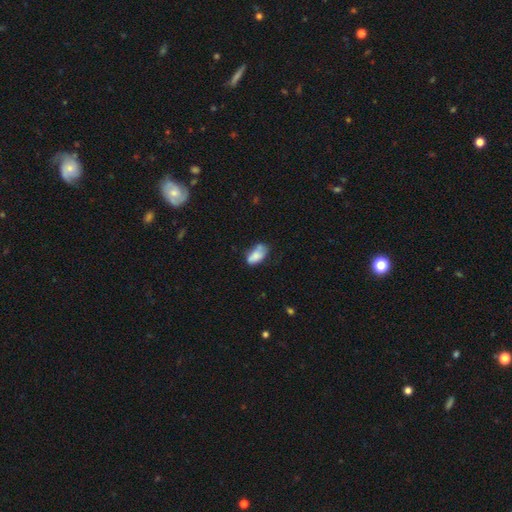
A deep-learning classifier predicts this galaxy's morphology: Smooth or featured: smooth — 76% (featured or disk — 16%)
How rounded: in between — 92% (round — 4%)
Merging: none — 45% (minor disturbance — 31%)